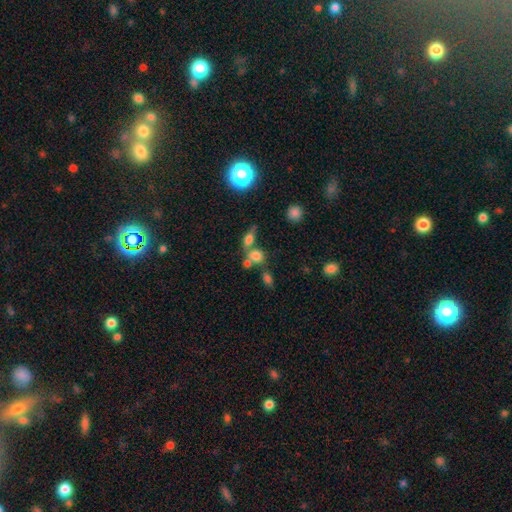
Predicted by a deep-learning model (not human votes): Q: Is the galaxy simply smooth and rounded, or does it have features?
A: smooth — 75%.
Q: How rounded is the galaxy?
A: in between — 50%.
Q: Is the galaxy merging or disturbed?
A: none — 42%.